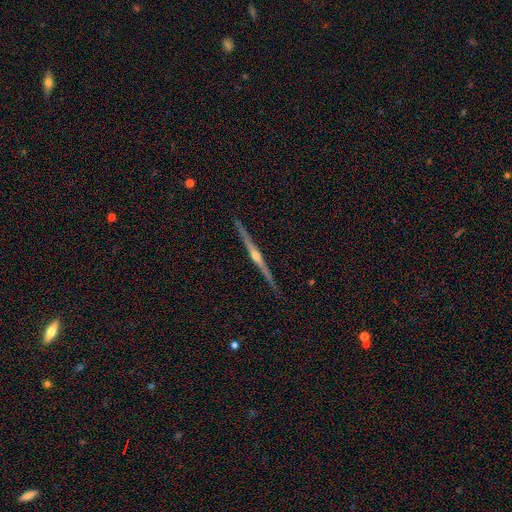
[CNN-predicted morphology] smooth_or_featured: featured or disk (p=0.88) [alt: smooth p=0.07]
disk_edge_on: yes (p=0.99) [alt: no p=0.01]
edge_on_bulge: rounded (p=0.89) [alt: none p=0.06]
merging: none (p=0.93) [alt: minor disturbance p=0.05]